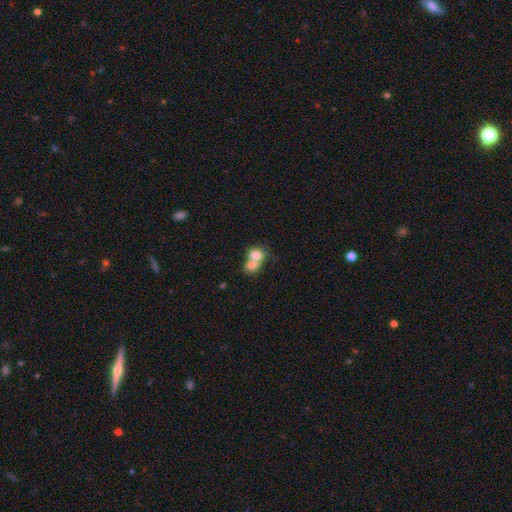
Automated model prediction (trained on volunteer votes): smooth_or_featured: smooth (p=0.76) [alt: featured or disk p=0.15]
how_rounded: round (p=0.57) [alt: in between p=0.42]
merging: merger (p=0.70) [alt: none p=0.21]